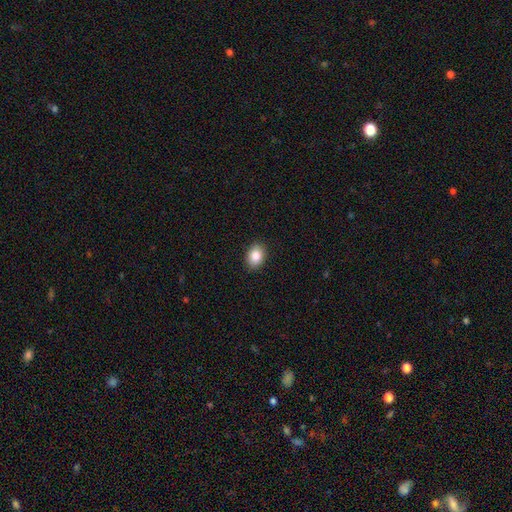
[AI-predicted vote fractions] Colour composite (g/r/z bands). It shows a smooth galaxy with no disk features (86%) that is in between round and cigar-shaped (73%). Merging: none (90%).